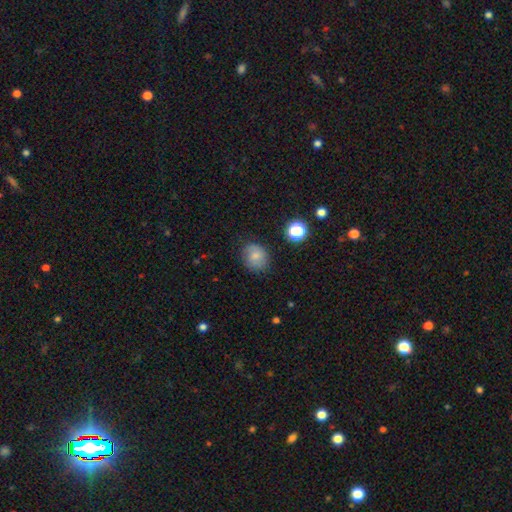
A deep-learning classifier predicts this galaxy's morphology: The model was most divided on "how rounded": round: 70%, in between: 30%, cigar-shaped: 1%. More confident: merging — none (77%); smooth or featured — smooth (75%).